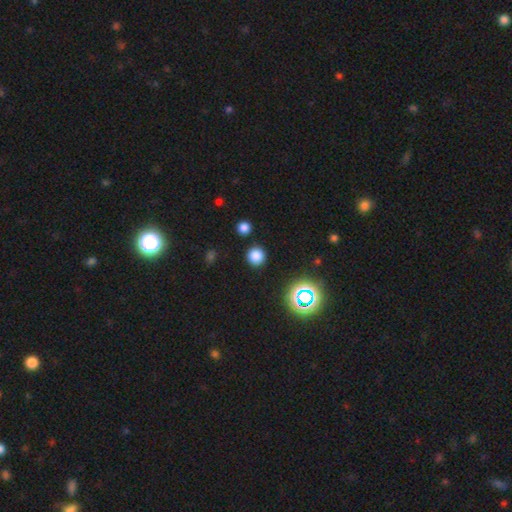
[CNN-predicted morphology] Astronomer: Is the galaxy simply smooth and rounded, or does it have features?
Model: smooth — 78%.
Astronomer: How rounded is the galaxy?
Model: round — 93%.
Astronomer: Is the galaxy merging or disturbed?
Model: none — 89%.